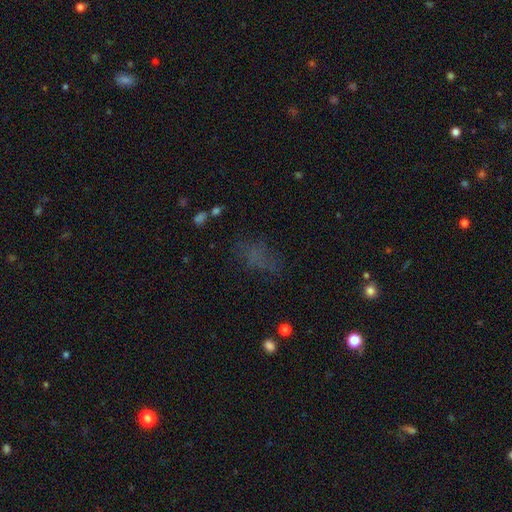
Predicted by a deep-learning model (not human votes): Morphology: type=smooth (52%); roundness=in between (80%); merging=none (53%).